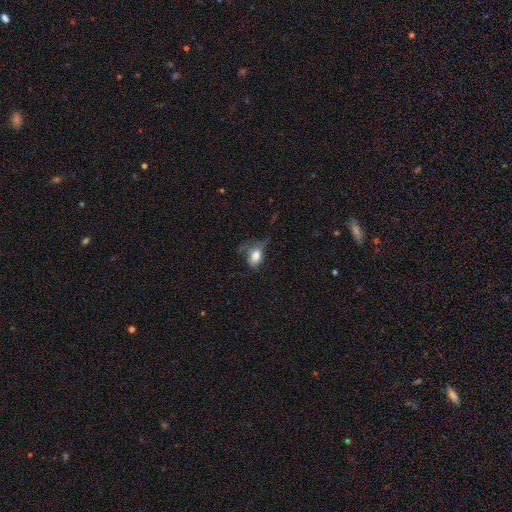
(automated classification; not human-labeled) Smooth or featured: smooth — 73% (featured or disk — 17%)
How rounded: in between — 73% (round — 24%)
Merging: major disturbance — 38% (minor disturbance — 31%)